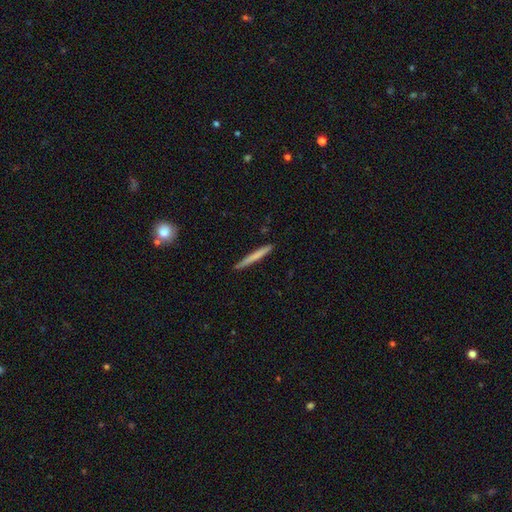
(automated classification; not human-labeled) smooth 66%, featured or disk 29%, star or artifact 5%. Down the decision tree: how rounded — cigar-shaped (97%); merging — none (90%).